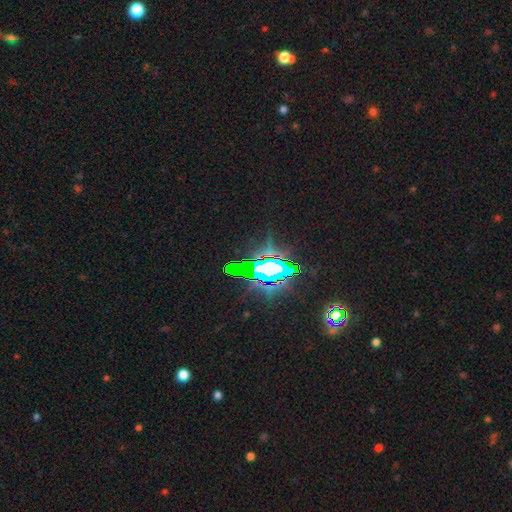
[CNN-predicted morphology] smooth_or_featured: star or artifact (p=0.81) [alt: featured or disk p=0.10]